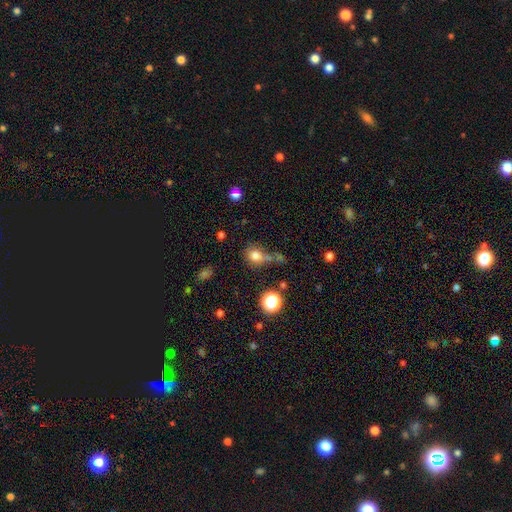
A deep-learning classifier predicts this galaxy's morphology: smooth-or-featured: smooth: 77% | star or artifact: 15% | featured or disk: 8%
  how-rounded: round: 70% | in between: 29% | cigar-shaped: 2%
  merging: none: 50% | merger: 21% | minor disturbance: 18% | major disturbance: 11%